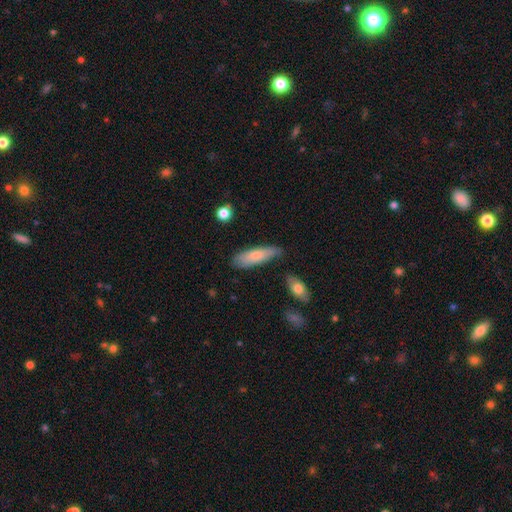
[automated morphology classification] Smooth or featured: smooth — 76% (featured or disk — 19%)
How rounded: cigar-shaped — 52% (in between — 46%)
Merging: none — 71% (minor disturbance — 22%)